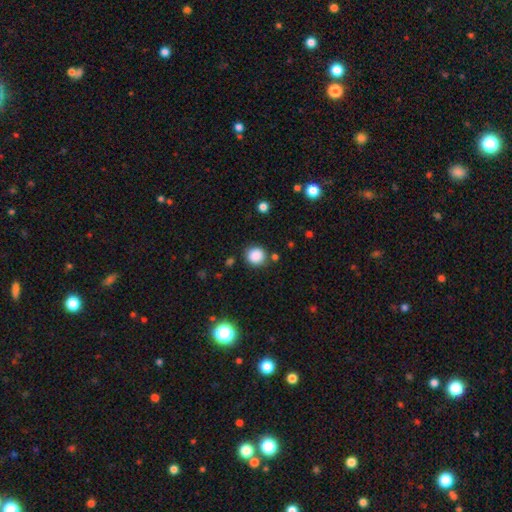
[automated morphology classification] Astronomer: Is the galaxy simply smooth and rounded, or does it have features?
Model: smooth — 86%.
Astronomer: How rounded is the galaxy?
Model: round — 91%.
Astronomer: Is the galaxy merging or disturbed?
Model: none — 85%.